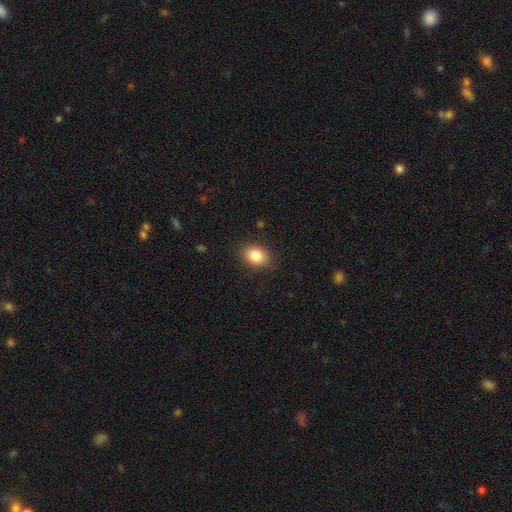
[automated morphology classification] Q: Smooth or featured?
A: smooth (84%); runner-up: star or artifact (9%)
Q: How rounded?
A: in between (72%); runner-up: round (27%)
Q: Merging?
A: none (86%); runner-up: minor disturbance (10%)